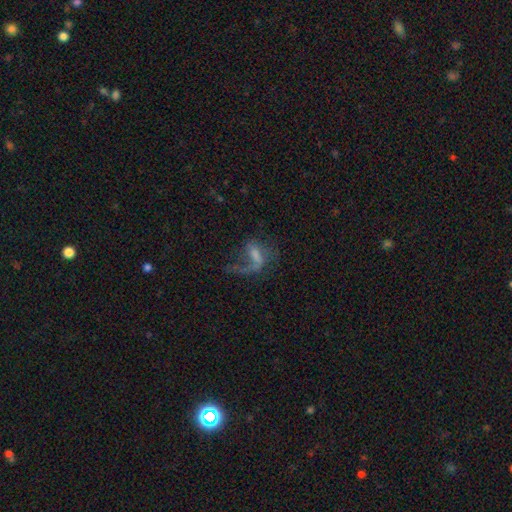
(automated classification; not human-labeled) smooth-or-featured: featured or disk: 61% | smooth: 27% | star or artifact: 12%
  disk-edge-on: no: 95% | yes: 5%
    bar: weak: 43% | no: 35% | strong: 22%
    has-spiral-arms: yes: 74% | no: 26%
    bulge-size: none: 34% | small: 31% | moderate: 27% | large: 6% | dominant: 2%
  merging: major disturbance: 48% | none: 32% | minor disturbance: 15% | merger: 5%